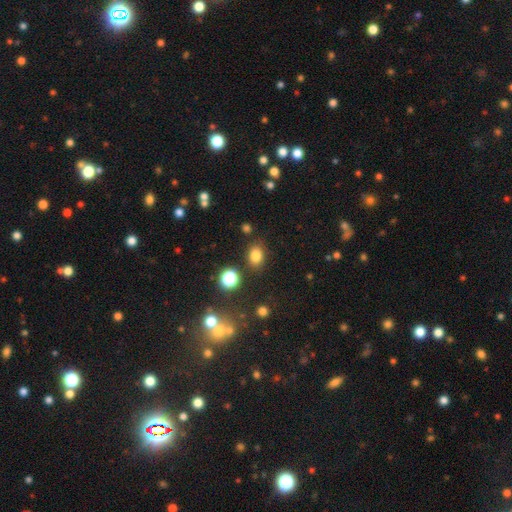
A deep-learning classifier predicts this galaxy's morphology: A smooth galaxy with no disk features (80%) that is in between round and cigar-shaped (63%).

Vote fractions:
- Smooth or featured? smooth: 80% / star or artifact: 14% / featured or disk: 6%
- How rounded? in between: 63% / round: 36% / cigar-shaped: 1%
- Merging? none: 83% / minor disturbance: 10% / merger: 4% / major disturbance: 3%